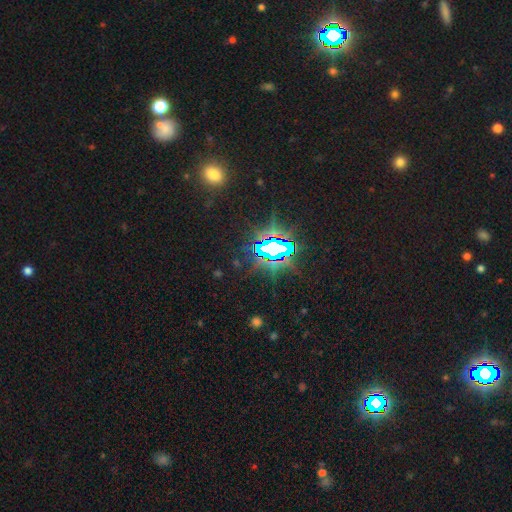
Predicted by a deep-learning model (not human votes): Q: Smooth or featured?
A: star or artifact (77%); runner-up: smooth (16%)